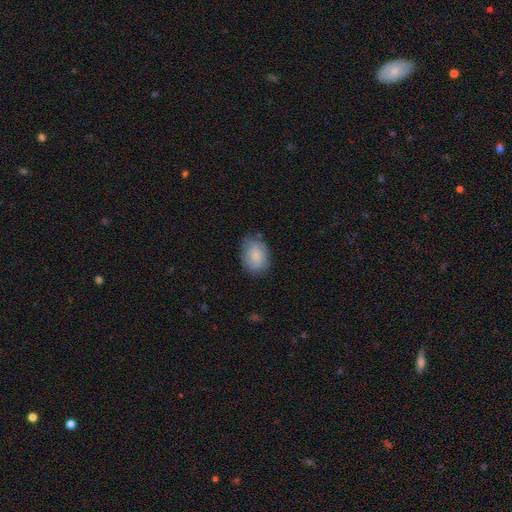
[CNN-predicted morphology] Q: Smooth or featured?
A: smooth (84%); runner-up: featured or disk (10%)
Q: How rounded?
A: in between (73%); runner-up: round (26%)
Q: Merging?
A: none (70%); runner-up: minor disturbance (23%)